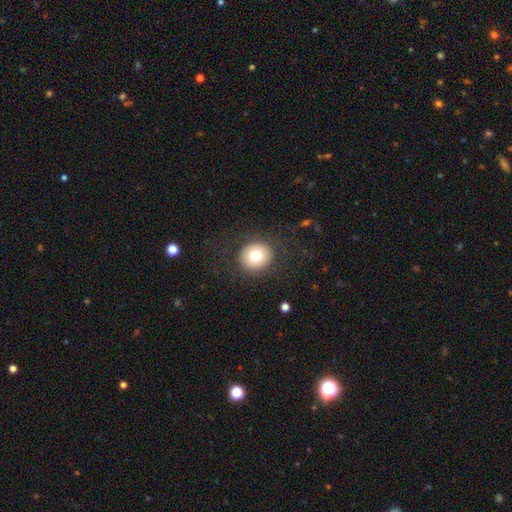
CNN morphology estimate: Q: Smooth or featured?
A: smooth (76%); runner-up: featured or disk (15%)
Q: How rounded?
A: round (84%); runner-up: in between (15%)
Q: Merging?
A: none (86%); runner-up: minor disturbance (8%)